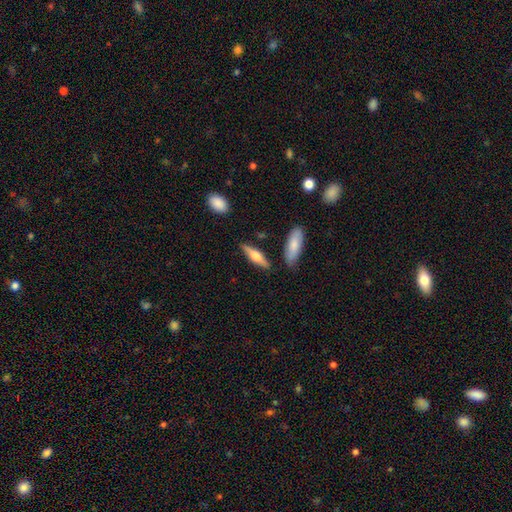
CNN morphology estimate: This appears to be a featured or disk galaxy (50%). Merging: none (82%).